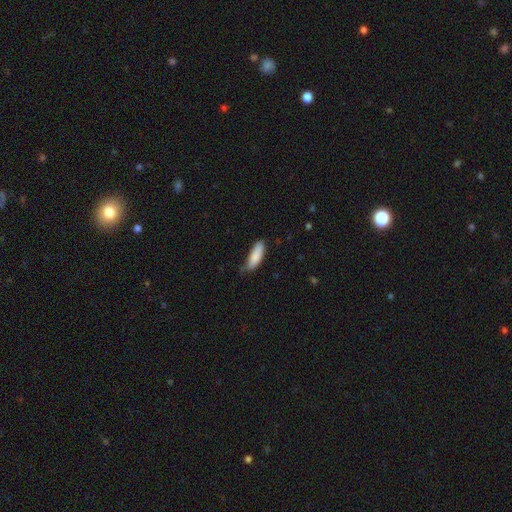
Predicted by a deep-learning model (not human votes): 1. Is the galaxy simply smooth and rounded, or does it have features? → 87% smooth, 7% featured or disk, 6% star or artifact.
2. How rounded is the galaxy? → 57% in between, 42% cigar-shaped, 2% round.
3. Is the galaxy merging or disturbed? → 66% none, 28% minor disturbance, 4% major disturbance, 2% merger.